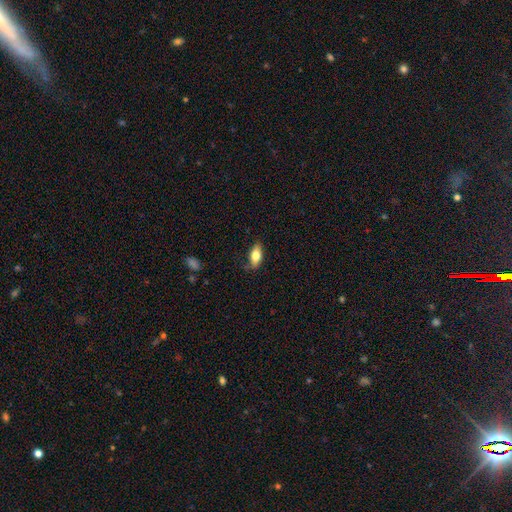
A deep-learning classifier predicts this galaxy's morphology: A smooth galaxy with no disk features (70%) that is in between round and cigar-shaped (82%).

Vote fractions:
- Smooth or featured? smooth: 70% / featured or disk: 23% / star or artifact: 7%
- How rounded? in between: 82% / cigar-shaped: 14% / round: 4%
- Merging? none: 72% / minor disturbance: 21% / major disturbance: 5% / merger: 1%